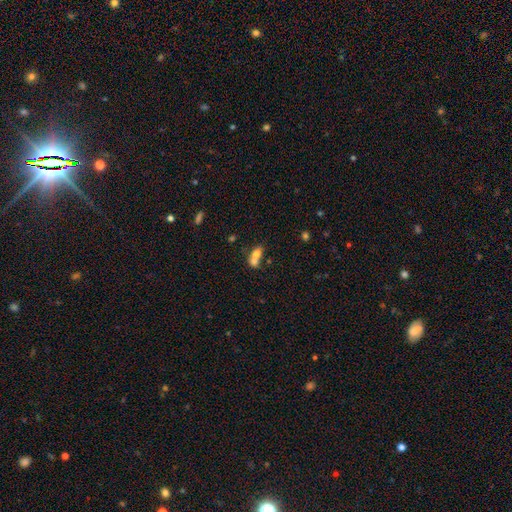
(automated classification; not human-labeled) Smooth or featured: smooth — 70% (featured or disk — 19%)
How rounded: in between — 68% (round — 27%)
Merging: merger — 68% (none — 21%)